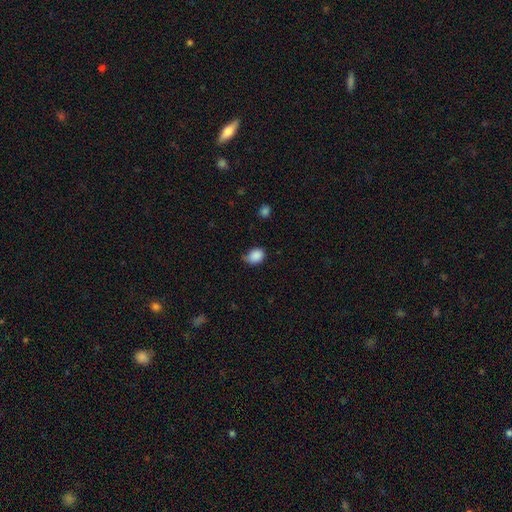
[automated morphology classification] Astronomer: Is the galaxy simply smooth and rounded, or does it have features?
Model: smooth — 87%.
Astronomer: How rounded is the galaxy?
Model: in between — 55% (runner-up: round, 44%).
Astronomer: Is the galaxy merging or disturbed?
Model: none — 55% (runner-up: minor disturbance, 35%).